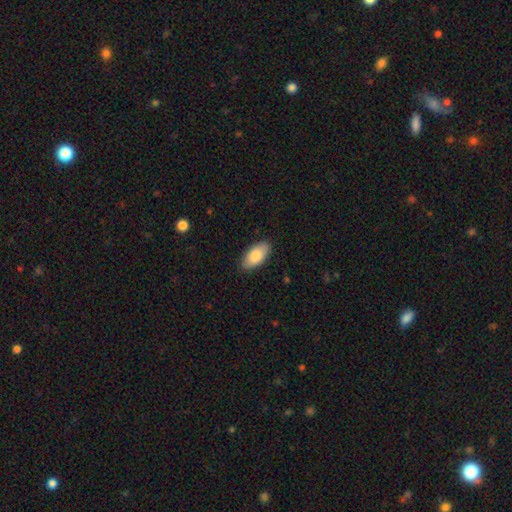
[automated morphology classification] type=smooth (82%); roundness=in between (92%); merging=none (87%).